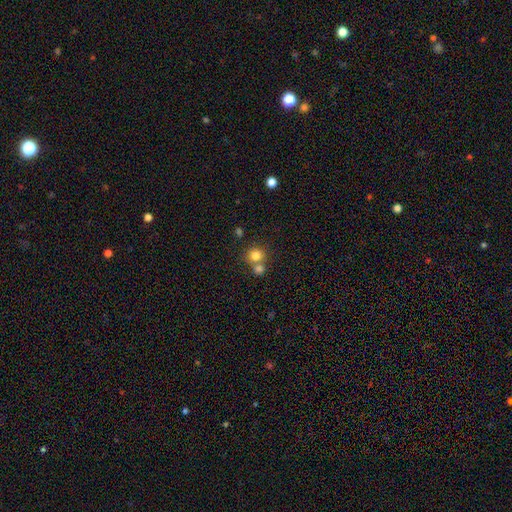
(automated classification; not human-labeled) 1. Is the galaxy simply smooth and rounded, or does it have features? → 80% smooth, 12% star or artifact, 8% featured or disk.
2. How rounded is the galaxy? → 86% round, 13% in between, 1% cigar-shaped.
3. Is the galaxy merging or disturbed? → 54% none, 37% merger, 7% minor disturbance, 3% major disturbance.